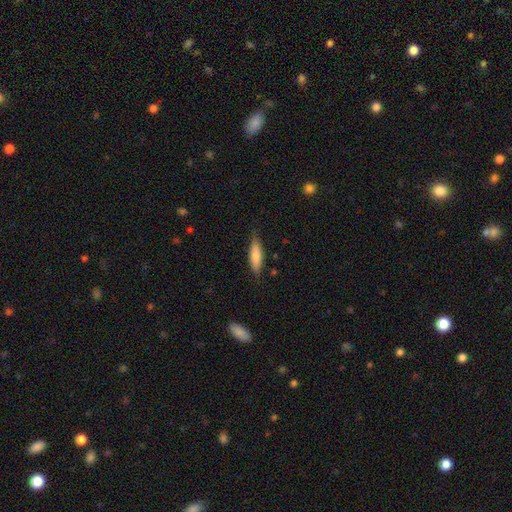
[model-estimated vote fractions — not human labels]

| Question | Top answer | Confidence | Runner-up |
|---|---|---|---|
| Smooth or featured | smooth | 77% | featured or disk (17%) |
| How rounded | cigar-shaped | 64% | in between (34%) |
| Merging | none | 79% | minor disturbance (17%) |